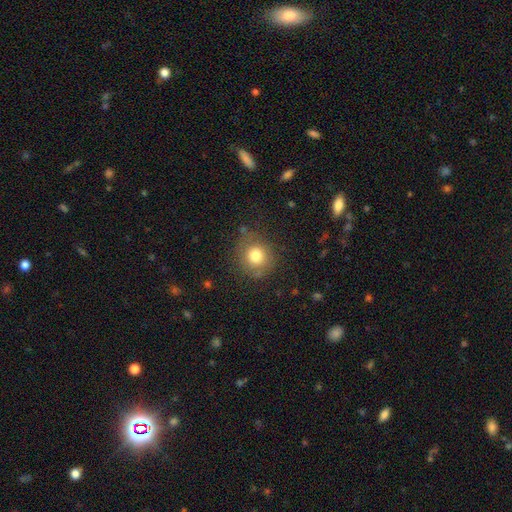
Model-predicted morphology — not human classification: A smooth galaxy with no disk features (78%) that is round (88%).

Vote fractions:
- Smooth or featured? smooth: 78% / star or artifact: 12% / featured or disk: 11%
- How rounded? round: 88% / in between: 11% / cigar-shaped: 1%
- Merging? none: 78% / minor disturbance: 14% / major disturbance: 5% / merger: 2%